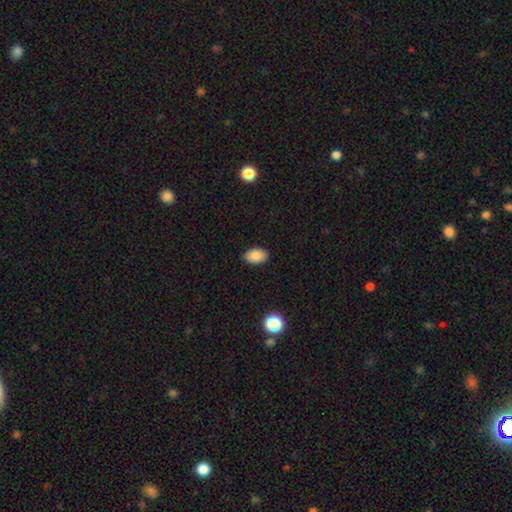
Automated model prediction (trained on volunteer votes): The model was most divided on "merging": none: 88%, minor disturbance: 9%, major disturbance: 2%, merger: 1%. More confident: how rounded — in between (89%); smooth or featured — smooth (87%).